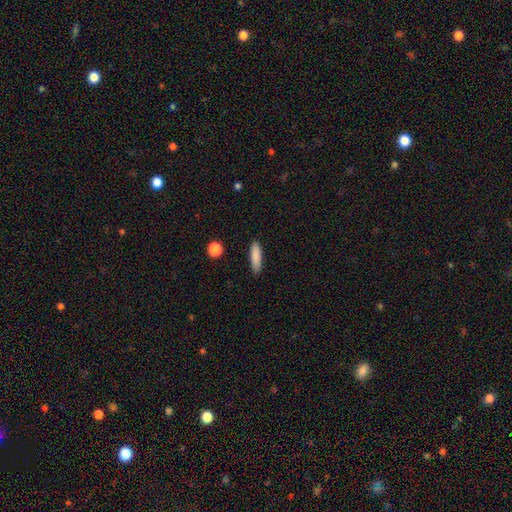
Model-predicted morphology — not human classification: type=smooth (86%); roundness=cigar-shaped (70%); merging=none (86%).